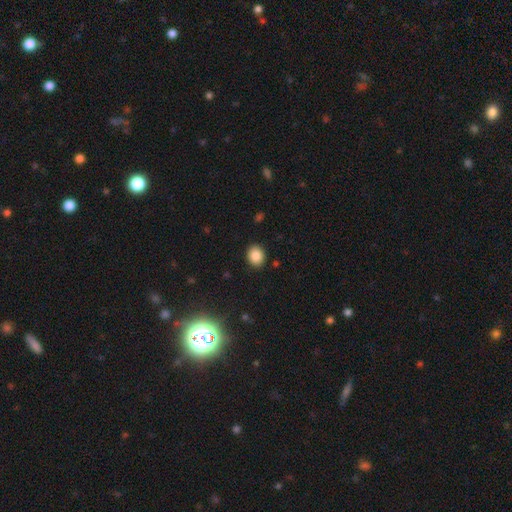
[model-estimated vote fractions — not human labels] Smooth or featured?
  - smooth: 86% *
  - star or artifact: 10%
  - featured or disk: 5%
How rounded?
  - round: 55% *
  - in between: 44%
  - cigar-shaped: 1%
Merging?
  - none: 90% *
  - minor disturbance: 7%
  - major disturbance: 2%
  - merger: 1%